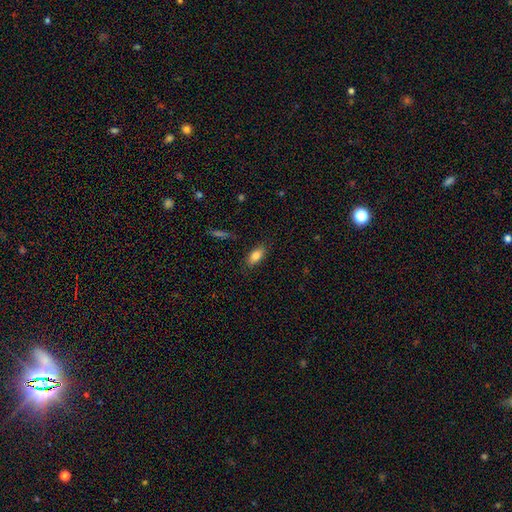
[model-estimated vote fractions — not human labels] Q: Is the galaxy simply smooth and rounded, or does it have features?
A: smooth — 84%.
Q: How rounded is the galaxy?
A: in between — 87%.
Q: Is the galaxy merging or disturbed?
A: none — 85%.